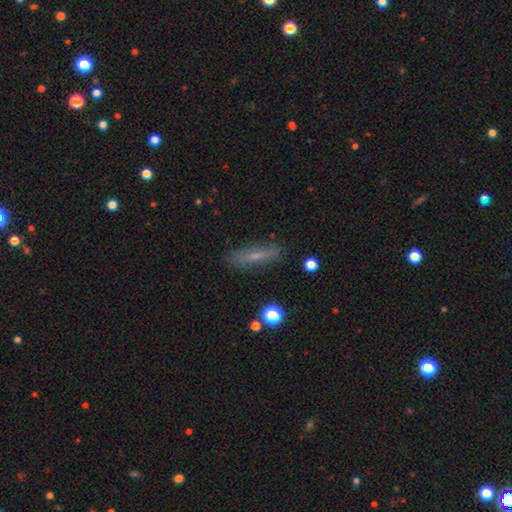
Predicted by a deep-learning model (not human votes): smooth-or-featured: smooth: 54% | featured or disk: 36% | star or artifact: 10%
  how-rounded: cigar-shaped: 77% | in between: 20% | round: 3%
  merging: none: 84% | minor disturbance: 12% | major disturbance: 3% | merger: 2%